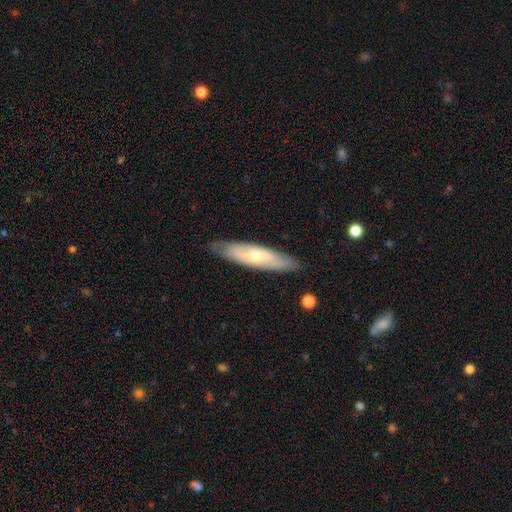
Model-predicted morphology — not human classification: smooth-or-featured: featured or disk: 52% | smooth: 42% | star or artifact: 6%
  disk-edge-on: no: 53% | yes: 47%
  merging: none: 83% | minor disturbance: 13% | major disturbance: 3% | merger: 1%